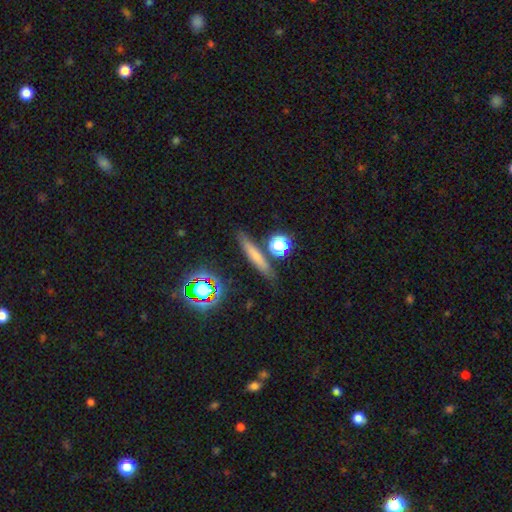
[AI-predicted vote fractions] The model was most divided on "smooth or featured": smooth: 65%, featured or disk: 22%, star or artifact: 13%. More confident: how rounded — cigar-shaped (83%); merging — none (83%).